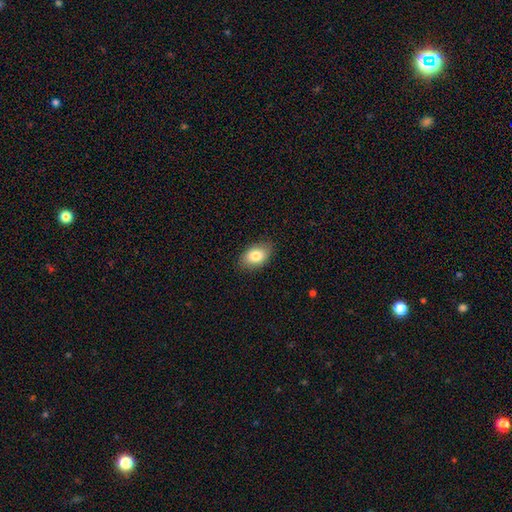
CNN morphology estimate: Overall: smooth (82%). How rounded: in between (87%). Merging: none (84%).